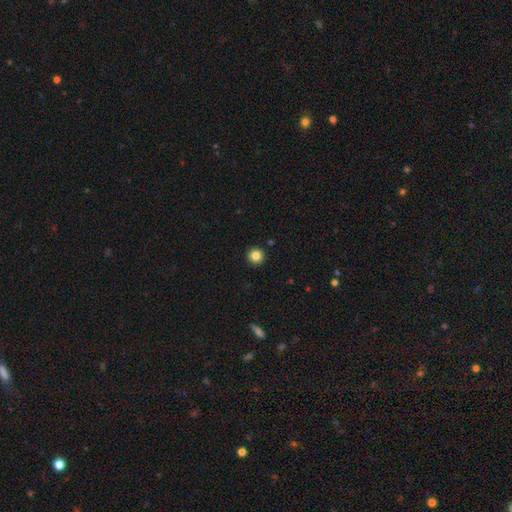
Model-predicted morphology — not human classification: A smooth galaxy with no disk features (84%) that is round (95%).

Vote fractions:
- Smooth or featured? smooth: 84% / star or artifact: 11% / featured or disk: 6%
- How rounded? round: 95% / in between: 4% / cigar-shaped: 1%
- Merging? none: 93% / minor disturbance: 4% / major disturbance: 1% / merger: 1%